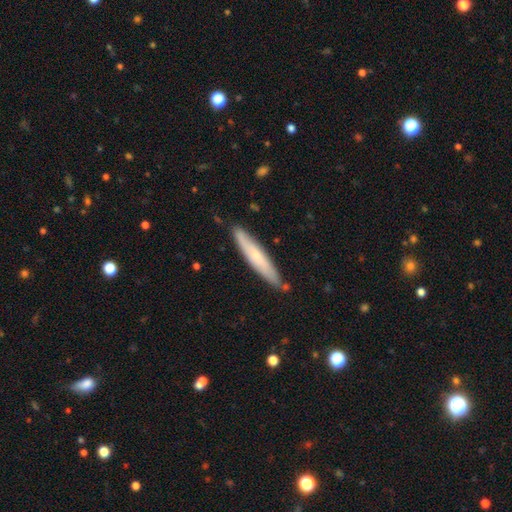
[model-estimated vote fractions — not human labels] The model was most divided on "smooth or featured": smooth: 58%, featured or disk: 36%, star or artifact: 6%. More confident: how rounded — cigar-shaped (91%); merging — none (82%).